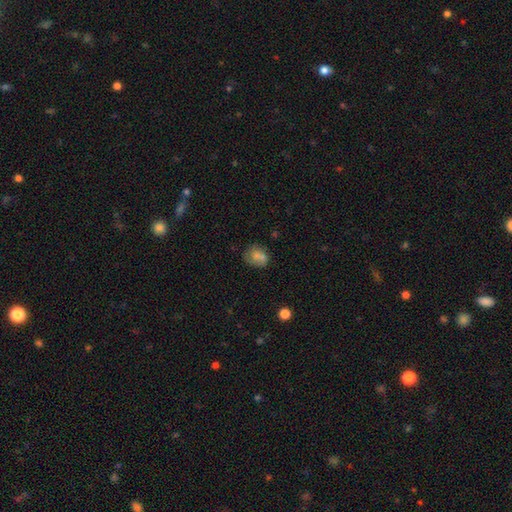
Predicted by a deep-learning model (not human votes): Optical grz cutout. It shows a smooth galaxy with no disk features (64%) that is round (50%). Merging: none (62%).